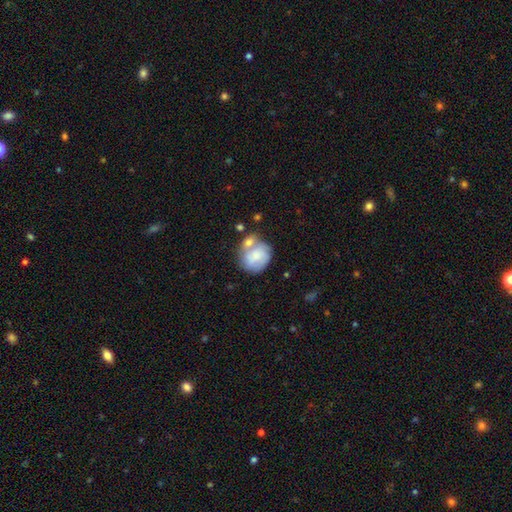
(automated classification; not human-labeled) smooth-or-featured: smooth: 64% | featured or disk: 29% | star or artifact: 7%
  how-rounded: round: 68% | in between: 31% | cigar-shaped: 1%
  merging: none: 37% | merger: 35% | minor disturbance: 19% | major disturbance: 8%